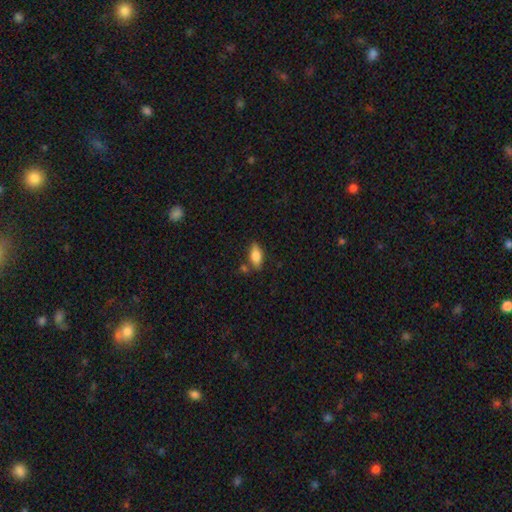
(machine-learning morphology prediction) A smooth galaxy with no disk features (79%) that is in between round and cigar-shaped (85%). Merging: none (74%).